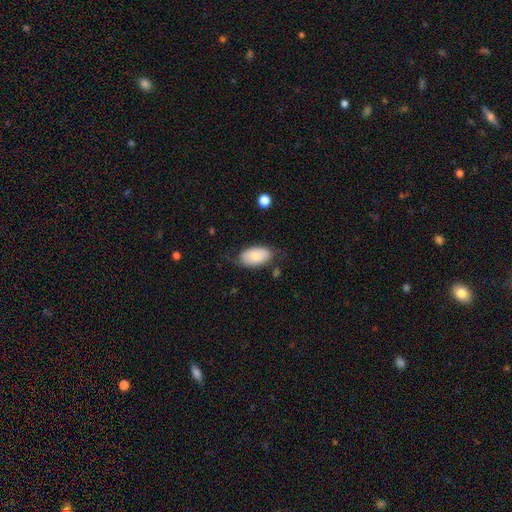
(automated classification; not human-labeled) Smooth or featured? Predicted: smooth (p=0.80). How rounded? Predicted: in between (p=0.95). Merging? Predicted: none (p=0.67).